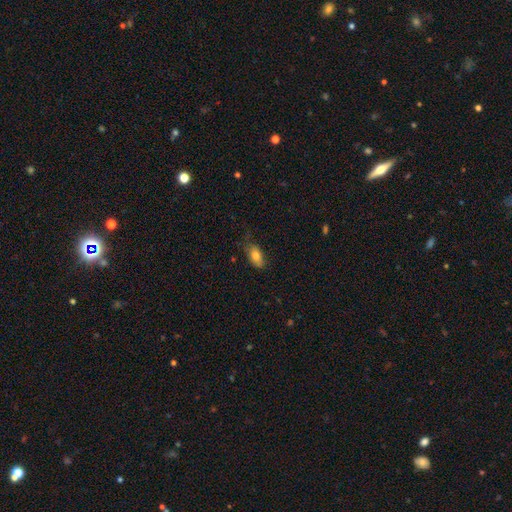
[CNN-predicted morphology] smooth-or-featured: smooth: 80% | featured or disk: 13% | star or artifact: 8%
  how-rounded: in between: 88% | cigar-shaped: 7% | round: 5%
  merging: none: 65% | minor disturbance: 27% | major disturbance: 6% | merger: 1%